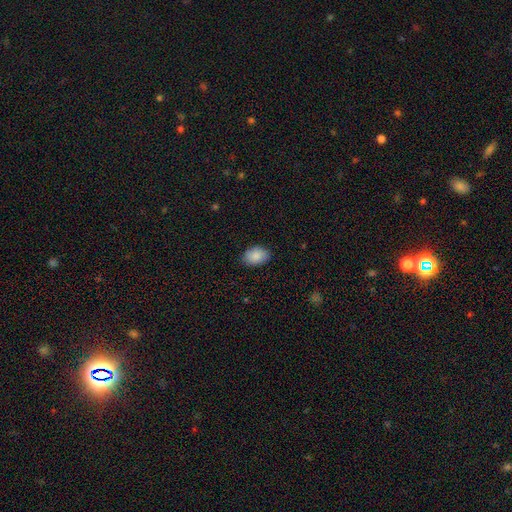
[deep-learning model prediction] smooth_or_featured: smooth (p=0.88) [alt: star or artifact p=0.07]
how_rounded: in between (p=0.83) [alt: round p=0.16]
merging: none (p=0.86) [alt: minor disturbance p=0.11]